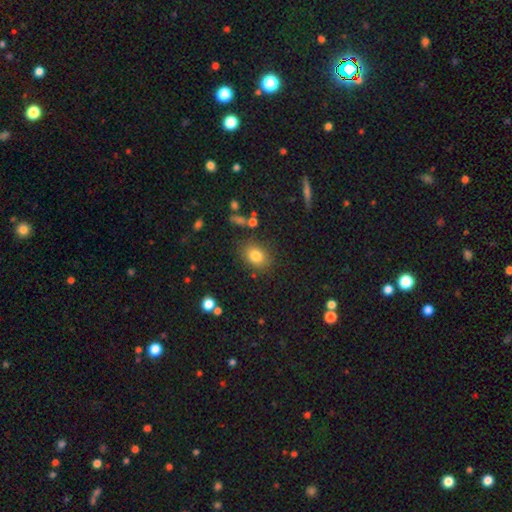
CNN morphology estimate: Smooth or featured? smooth (80%)
How rounded? in between (63%)
Merging? none (80%)